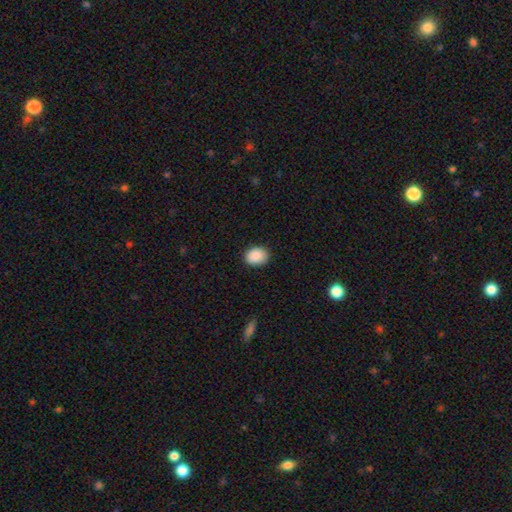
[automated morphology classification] smooth-or-featured: smooth: 90% | star or artifact: 7% | featured or disk: 3%
  how-rounded: in between: 58% | round: 41% | cigar-shaped: 1%
  merging: none: 87% | minor disturbance: 10% | major disturbance: 2% | merger: 1%